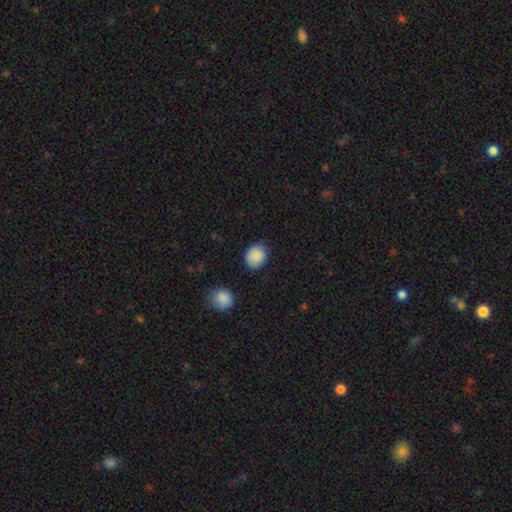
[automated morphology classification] smooth-or-featured: smooth: 88% | star or artifact: 8% | featured or disk: 4%
  how-rounded: round: 63% | in between: 36% | cigar-shaped: 1%
  merging: none: 75% | minor disturbance: 19% | major disturbance: 4% | merger: 2%